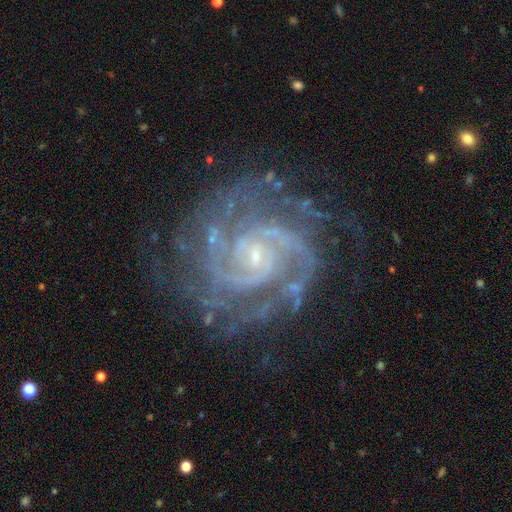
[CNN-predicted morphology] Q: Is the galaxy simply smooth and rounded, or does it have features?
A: featured or disk — 92%.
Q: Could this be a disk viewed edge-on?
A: no — 98%.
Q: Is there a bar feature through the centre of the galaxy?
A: no — 56%.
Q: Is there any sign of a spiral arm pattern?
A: yes — 99%.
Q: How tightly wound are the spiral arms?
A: tight — 67%.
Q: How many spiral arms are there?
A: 2 — 61%.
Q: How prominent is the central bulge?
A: small — 81%.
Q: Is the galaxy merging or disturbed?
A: none — 74%.